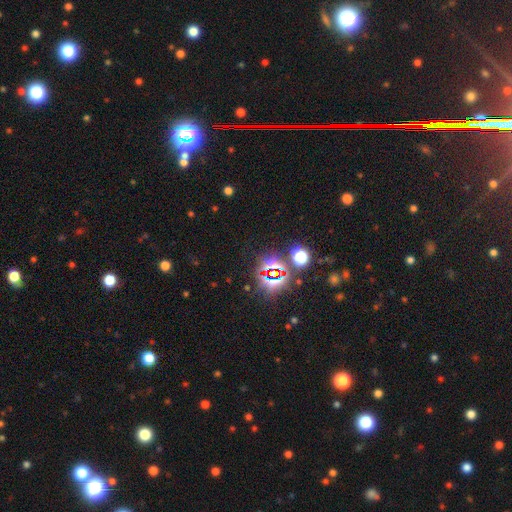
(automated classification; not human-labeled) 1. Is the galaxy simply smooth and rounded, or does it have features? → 77% star or artifact, 15% smooth, 8% featured or disk.